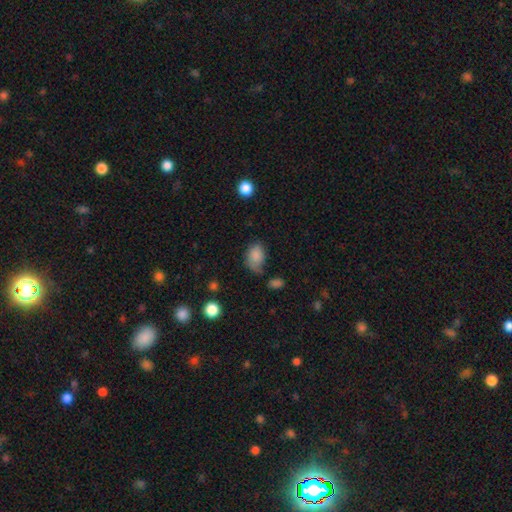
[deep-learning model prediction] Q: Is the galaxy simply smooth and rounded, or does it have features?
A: smooth — 82%.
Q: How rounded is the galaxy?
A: in between — 80%.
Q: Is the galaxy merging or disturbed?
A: none — 45%.